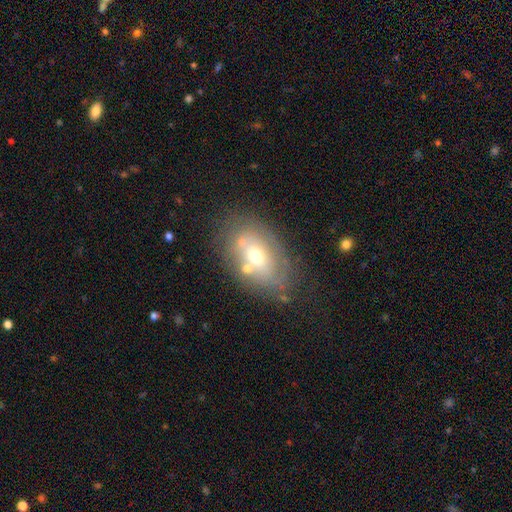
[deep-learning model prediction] Overall: featured or disk (45%; smooth 44%). Merging: none (63%).